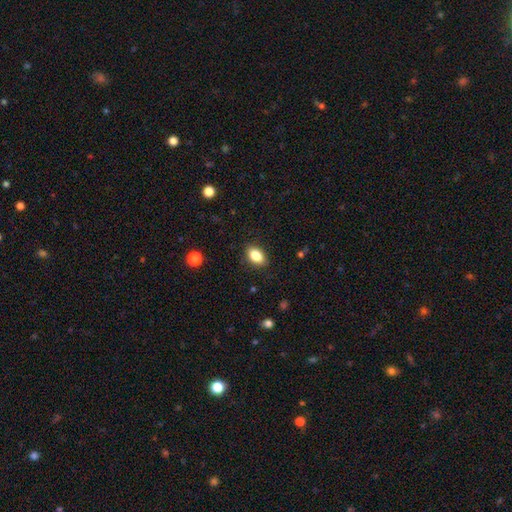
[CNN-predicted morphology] Overall: smooth (86%). How rounded: in between (87%). Merging: none (87%).